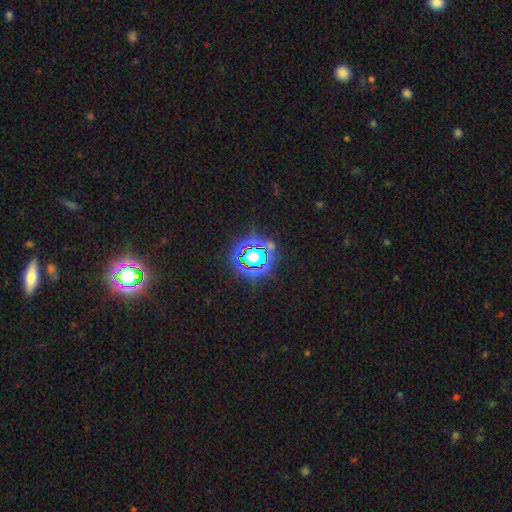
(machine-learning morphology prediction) star or artifact 74%, smooth 17%, featured or disk 9%.